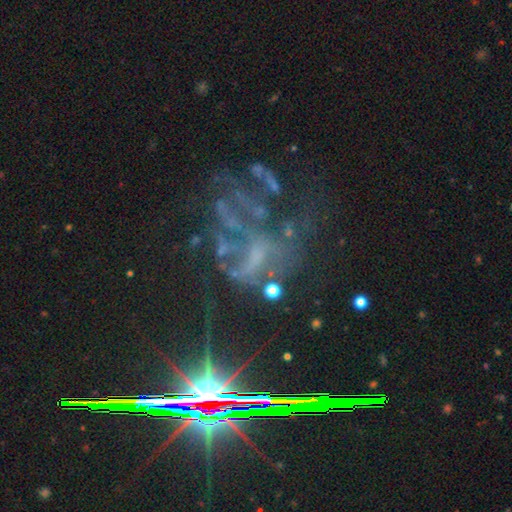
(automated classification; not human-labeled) A featured or disk galaxy (50%). Merging: major disturbance (41%).